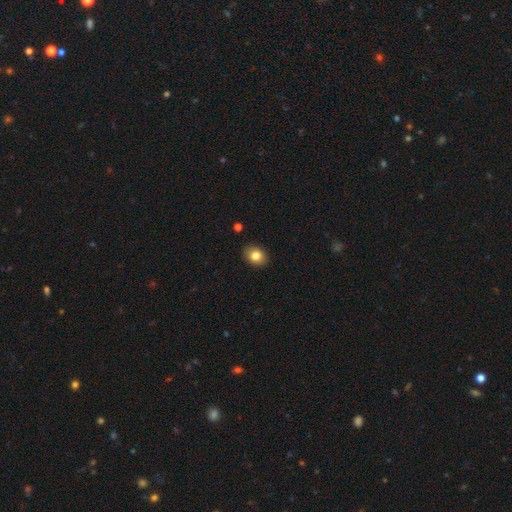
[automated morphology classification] This is clearly a smooth galaxy (83%). How rounded: likely in between (63%). Merging: clearly none (90%).